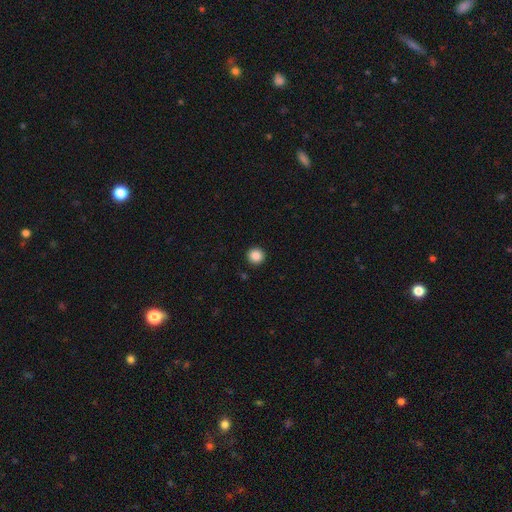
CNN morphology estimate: Smooth or featured?
  - smooth: 87% *
  - star or artifact: 9%
  - featured or disk: 3%
How rounded?
  - round: 95% *
  - in between: 4%
  - cigar-shaped: 1%
Merging?
  - none: 93% *
  - minor disturbance: 4%
  - major disturbance: 1%
  - merger: 1%